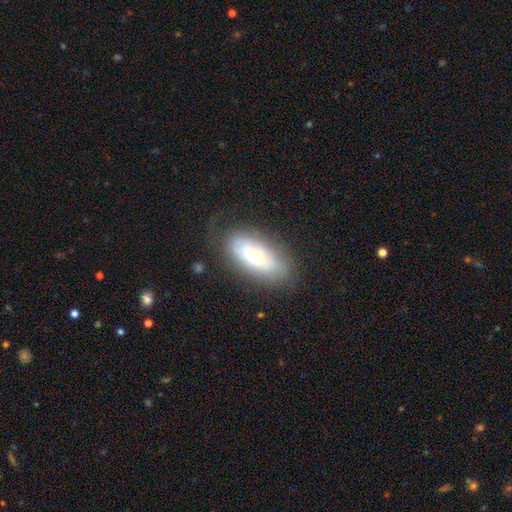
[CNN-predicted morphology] Smooth or featured? smooth (49%)
Merging? none (71%)